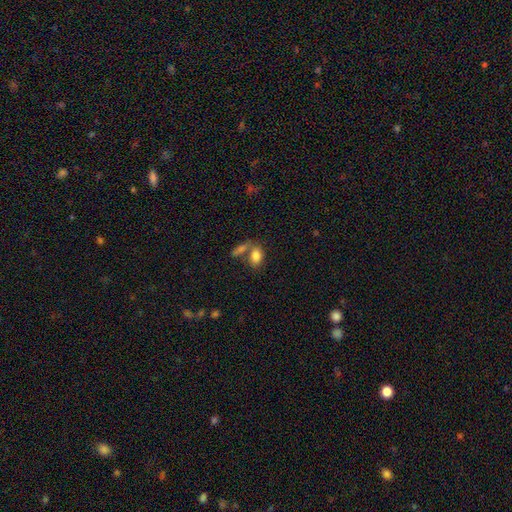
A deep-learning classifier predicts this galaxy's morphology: Smooth or featured? smooth (82%)
How rounded? in between (85%)
Merging? none (44%)